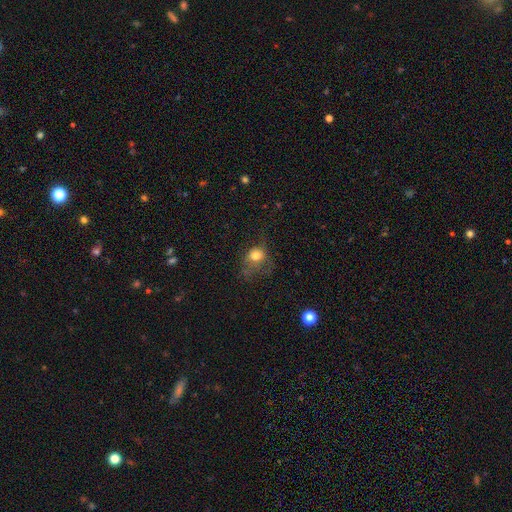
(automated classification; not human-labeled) smooth_or_featured: smooth (p=0.70) [alt: featured or disk p=0.18]
how_rounded: round (p=0.55) [alt: in between p=0.44]
merging: major disturbance (p=0.42) [alt: none p=0.31]